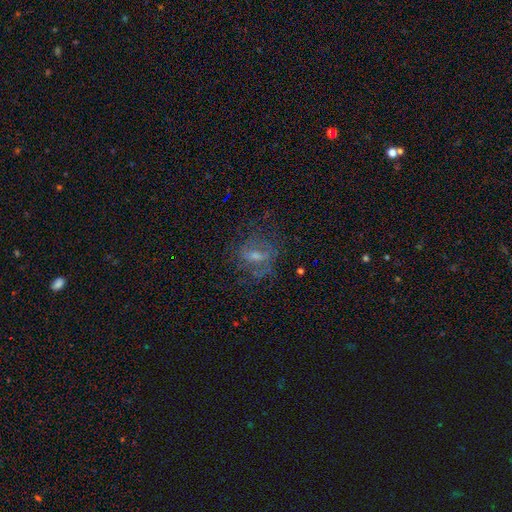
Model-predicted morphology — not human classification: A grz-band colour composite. It shows a featured or disk galaxy (55%) with a weak bar (45%), spiral arms (60%) and a small central bulge (43%). Merging: none (65%).